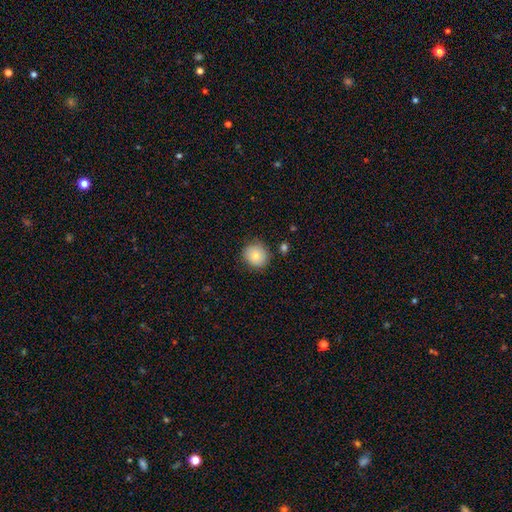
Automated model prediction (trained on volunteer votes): smooth 79%, featured or disk 11%, star or artifact 9%. Down the decision tree: how rounded — round (89%); merging — none (84%).